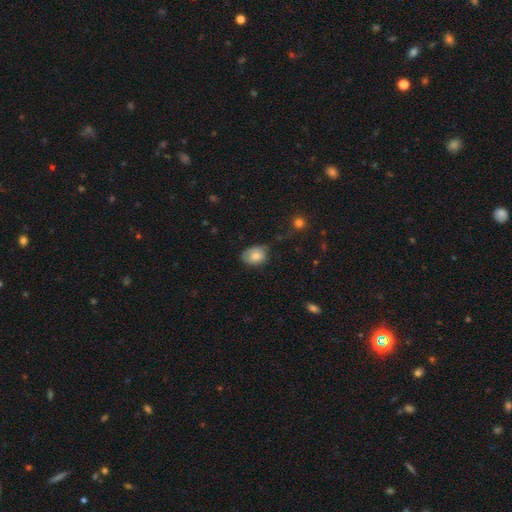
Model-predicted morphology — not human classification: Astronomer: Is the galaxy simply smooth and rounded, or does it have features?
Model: smooth — 80%.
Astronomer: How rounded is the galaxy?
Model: in between — 73%.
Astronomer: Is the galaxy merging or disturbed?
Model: none — 54% (runner-up: minor disturbance, 35%).